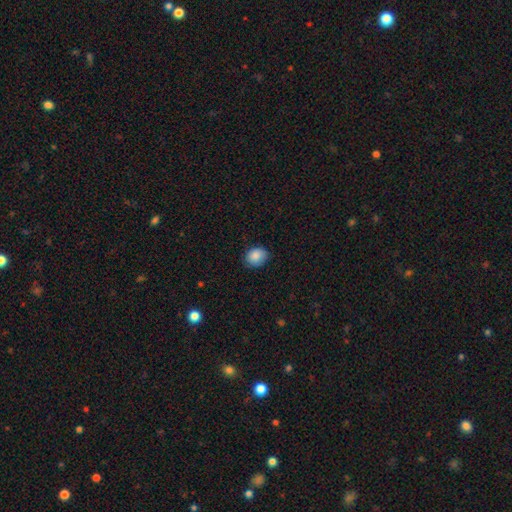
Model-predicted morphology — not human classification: Q: Smooth or featured?
A: smooth (87%); runner-up: star or artifact (8%)
Q: How rounded?
A: round (53%); runner-up: in between (46%)
Q: Merging?
A: none (80%); runner-up: minor disturbance (16%)